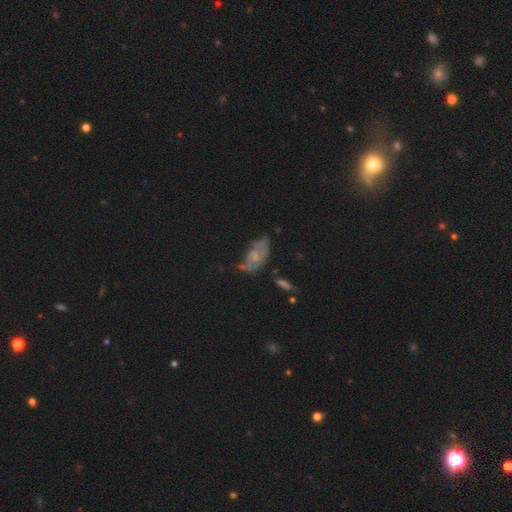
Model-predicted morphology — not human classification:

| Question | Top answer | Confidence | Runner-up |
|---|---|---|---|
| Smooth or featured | featured or disk | 59% | smooth (29%) |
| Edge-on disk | no | 93% | yes (7%) |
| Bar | no | 80% | weak (17%) |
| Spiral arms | no | 51% | yes (49%) |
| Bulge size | small | 42% | moderate (33%) |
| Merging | none | 36% | major disturbance (29%) |